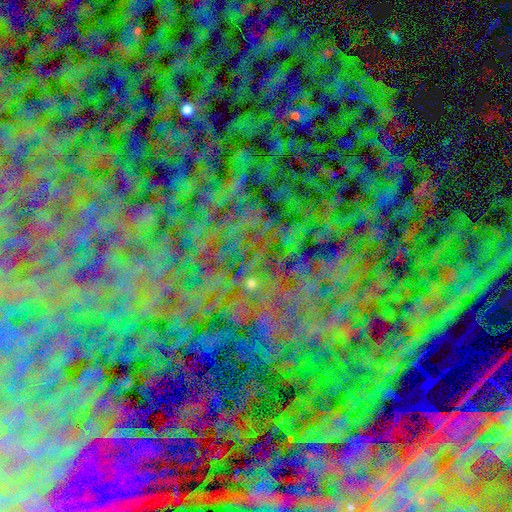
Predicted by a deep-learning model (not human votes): Smooth or featured? Predicted: star or artifact (p=0.82).